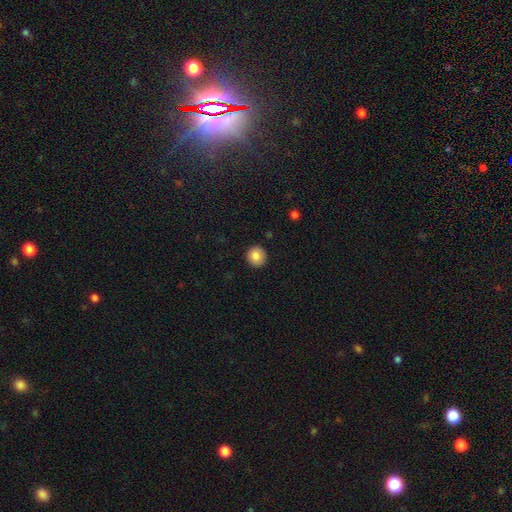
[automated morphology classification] This is clearly a smooth galaxy (85%). How rounded: clearly round (93%). Merging: clearly none (92%).